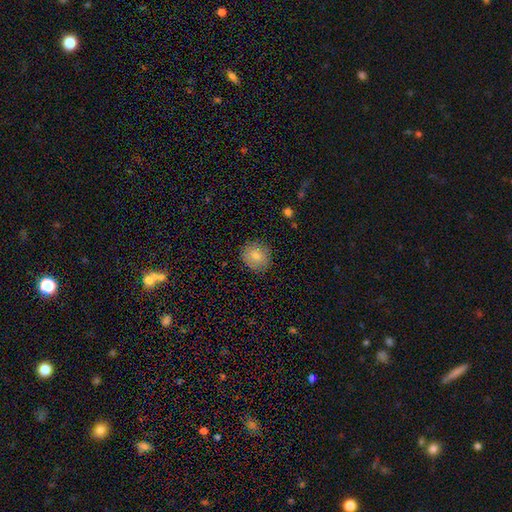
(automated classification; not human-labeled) Q: Smooth or featured?
A: smooth (76%); runner-up: featured or disk (12%)
Q: How rounded?
A: round (86%); runner-up: in between (13%)
Q: Merging?
A: none (88%); runner-up: minor disturbance (9%)